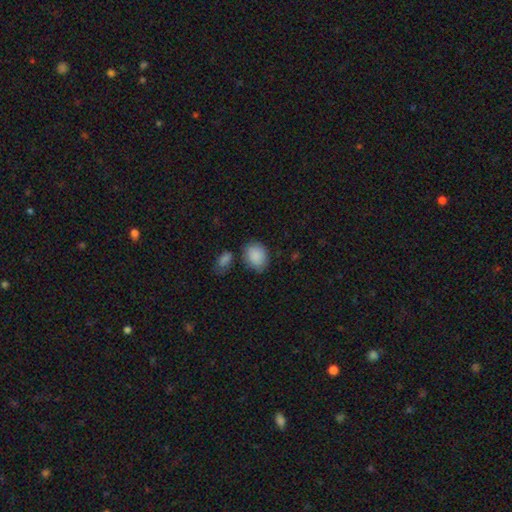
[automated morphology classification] The model was most divided on "how rounded": in between: 65%, round: 34%, cigar-shaped: 1%. More confident: smooth or featured — smooth (88%); merging — none (68%).